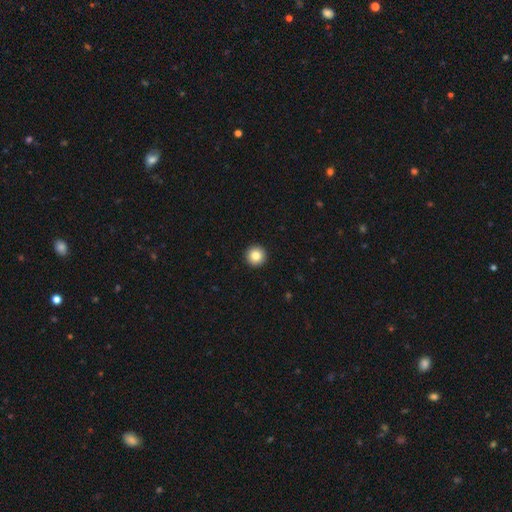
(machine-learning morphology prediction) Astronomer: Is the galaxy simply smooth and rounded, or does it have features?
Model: smooth — 85%.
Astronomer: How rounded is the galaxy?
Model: round — 97%.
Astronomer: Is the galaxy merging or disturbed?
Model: none — 94%.